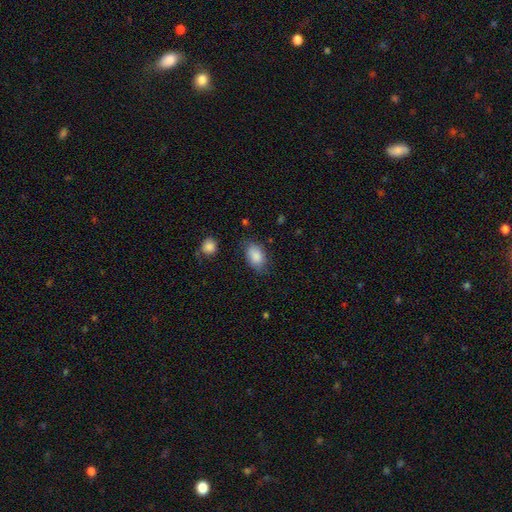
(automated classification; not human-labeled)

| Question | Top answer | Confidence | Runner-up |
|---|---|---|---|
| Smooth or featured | smooth | 87% | star or artifact (7%) |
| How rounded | in between | 87% | round (11%) |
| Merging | none | 71% | minor disturbance (21%) |